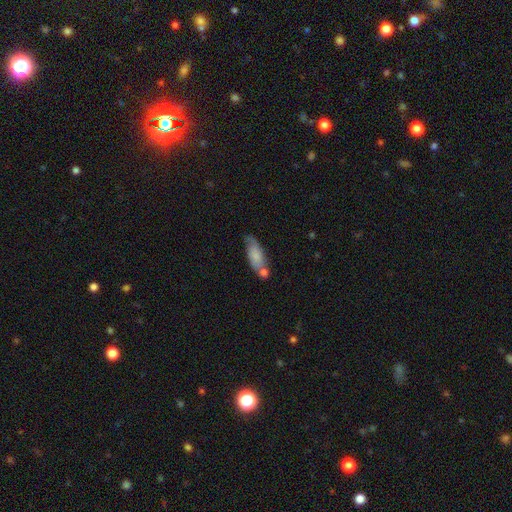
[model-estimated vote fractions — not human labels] Smooth or featured? Predicted: smooth (p=0.70). How rounded? Predicted: in between (p=0.72). Merging? Predicted: none (p=0.46).